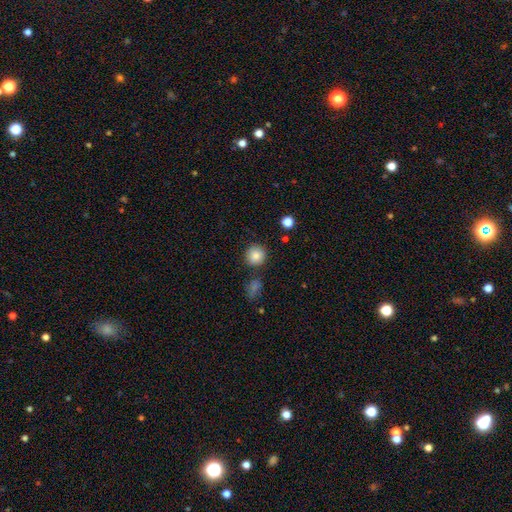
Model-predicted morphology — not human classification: Smooth or featured? Predicted: smooth (p=0.86). How rounded? Predicted: round (p=0.92). Merging? Predicted: none (p=0.84).